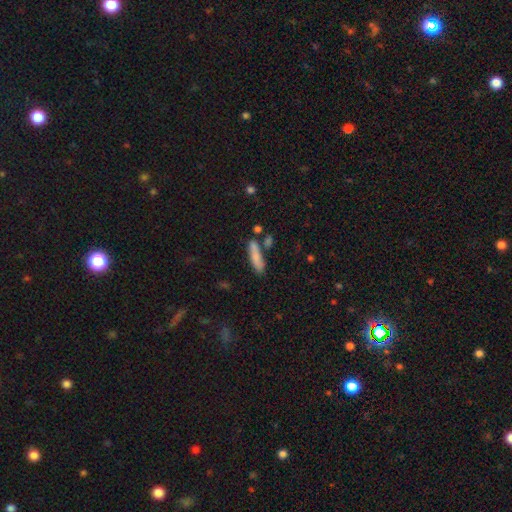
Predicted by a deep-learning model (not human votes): Smooth or featured?
  - smooth: 80% *
  - featured or disk: 13%
  - star or artifact: 7%
How rounded?
  - cigar-shaped: 72% *
  - in between: 26%
  - round: 2%
Merging?
  - none: 69% *
  - minor disturbance: 15%
  - merger: 12%
  - major disturbance: 4%